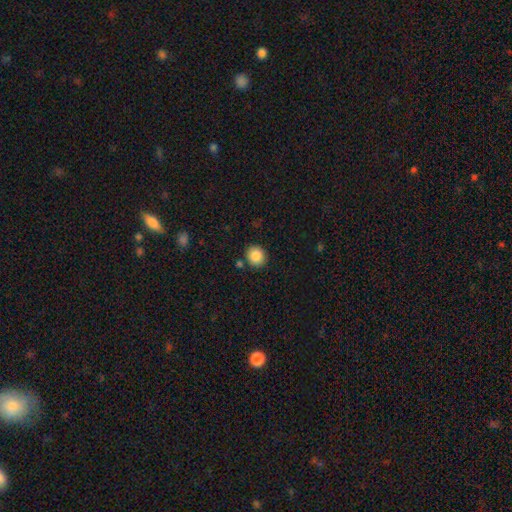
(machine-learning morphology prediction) Overall: smooth (86%). How rounded: round (83%). Merging: none (86%).